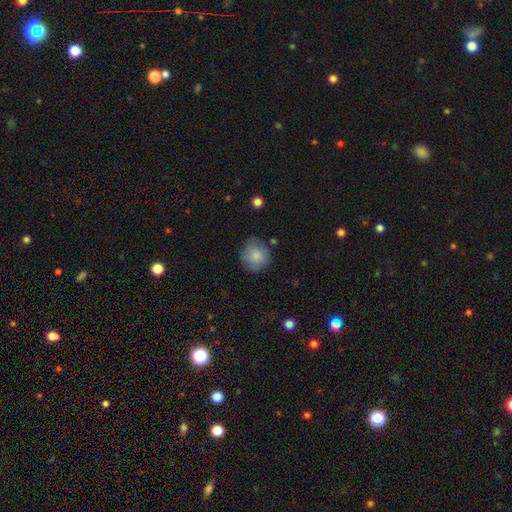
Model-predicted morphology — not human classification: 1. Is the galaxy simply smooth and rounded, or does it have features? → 82% smooth, 11% featured or disk, 7% star or artifact.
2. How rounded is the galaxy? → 90% round, 9% in between, 1% cigar-shaped.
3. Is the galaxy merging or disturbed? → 76% none, 18% minor disturbance, 4% major disturbance, 2% merger.